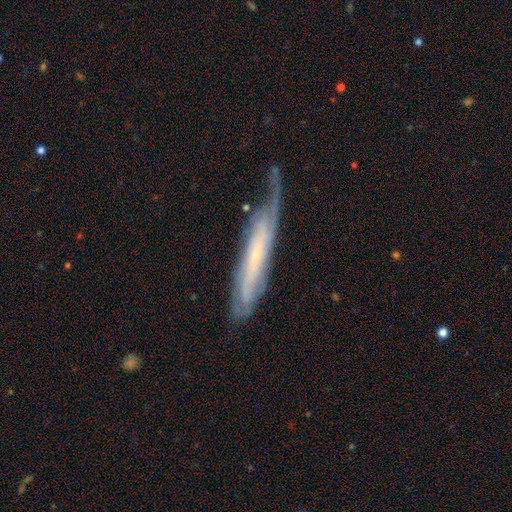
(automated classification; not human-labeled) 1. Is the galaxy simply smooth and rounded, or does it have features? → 71% featured or disk, 22% smooth, 7% star or artifact.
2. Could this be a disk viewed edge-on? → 51% yes, 49% no.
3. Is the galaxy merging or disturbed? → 49% none, 30% minor disturbance, 18% major disturbance, 3% merger.